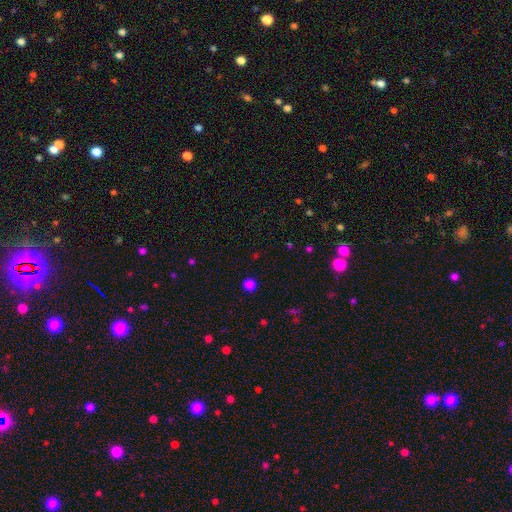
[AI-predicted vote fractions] A smooth galaxy with no disk features (67%) that is round (87%). Merging: none (90%).